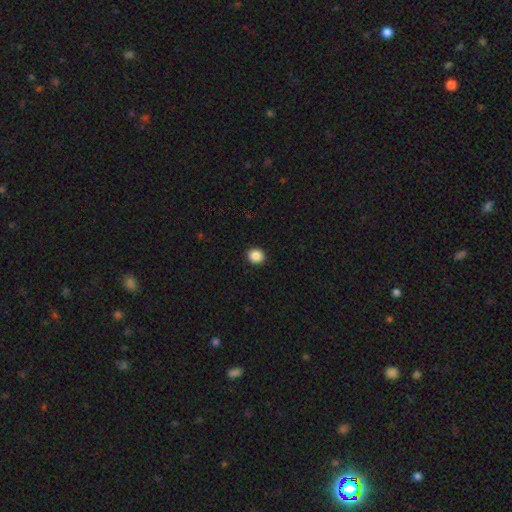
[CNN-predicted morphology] A smooth galaxy with no disk features (87%) that is round (79%).

Vote fractions:
- Smooth or featured? smooth: 87% / star or artifact: 9% / featured or disk: 3%
- How rounded? round: 79% / in between: 20% / cigar-shaped: 1%
- Merging? none: 92% / minor disturbance: 5% / major disturbance: 2% / merger: 1%